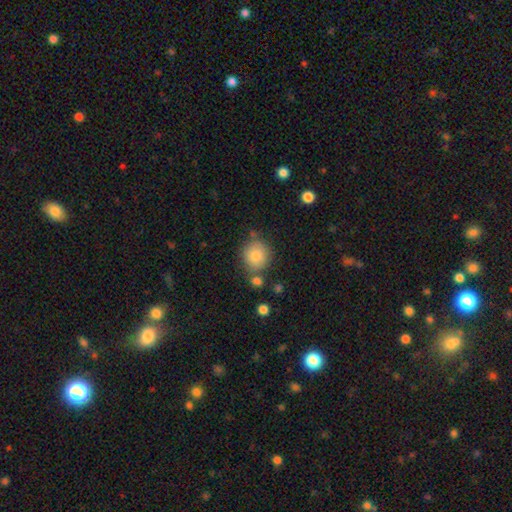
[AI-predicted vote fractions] Smooth or featured: smooth — 82% (star or artifact — 10%)
How rounded: round — 87% (in between — 12%)
Merging: none — 73% (minor disturbance — 12%)